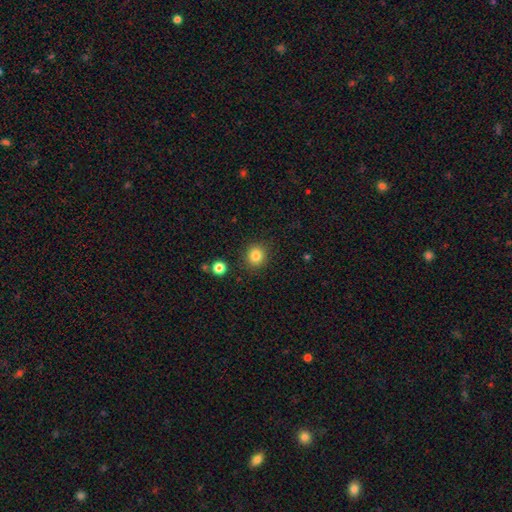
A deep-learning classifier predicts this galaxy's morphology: This is clearly a smooth galaxy (84%). How rounded: clearly round (88%). Merging: clearly none (88%).